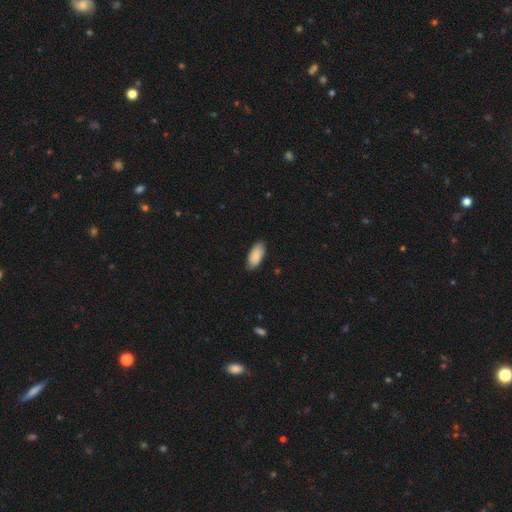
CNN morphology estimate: A smooth galaxy with no disk features (88%) that is in between round and cigar-shaped (92%). Merging: none (84%).